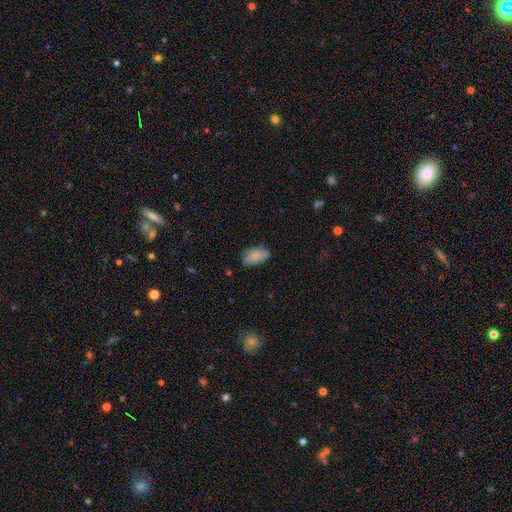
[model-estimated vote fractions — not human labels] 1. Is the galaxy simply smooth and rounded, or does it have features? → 76% smooth, 16% featured or disk, 8% star or artifact.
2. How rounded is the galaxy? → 93% in between, 5% round, 3% cigar-shaped.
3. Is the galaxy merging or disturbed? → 65% none, 27% minor disturbance, 6% major disturbance, 2% merger.